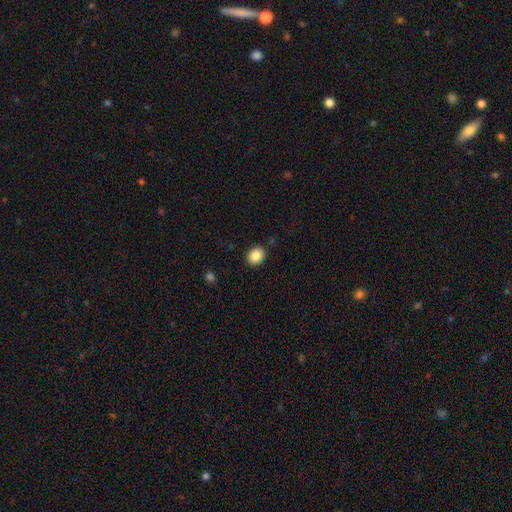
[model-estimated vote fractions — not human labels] Smooth or featured?
  - smooth: 86% *
  - star or artifact: 9%
  - featured or disk: 5%
How rounded?
  - round: 60% *
  - in between: 39%
  - cigar-shaped: 1%
Merging?
  - none: 89% *
  - minor disturbance: 7%
  - major disturbance: 2%
  - merger: 2%